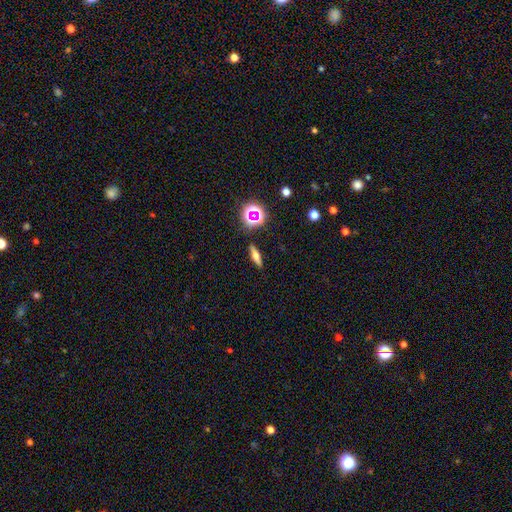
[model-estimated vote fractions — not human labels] A smooth galaxy with no disk features (51%) that is cigar-shaped (60%). Merging: none (88%).